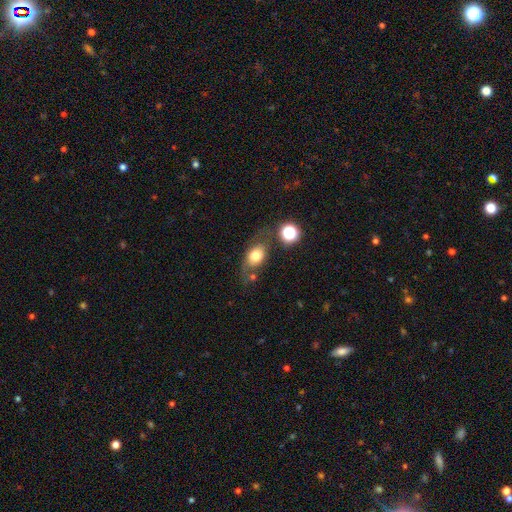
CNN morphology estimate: A smooth galaxy with no disk features (69%) that is in between round and cigar-shaped (73%). Merging: none (58%).